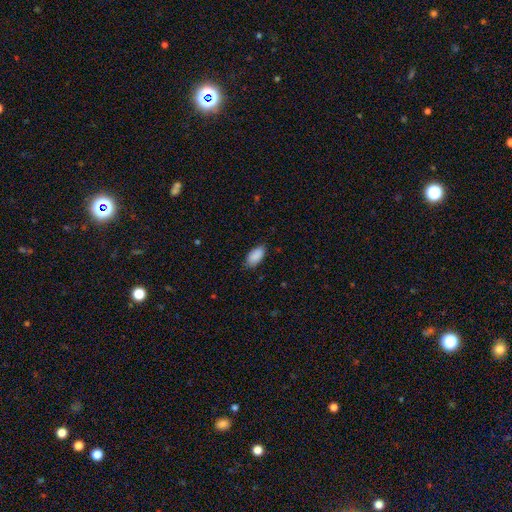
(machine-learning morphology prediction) smooth 90%, star or artifact 6%, featured or disk 4%. Down the decision tree: how rounded — in between (94%); merging — none (80%).